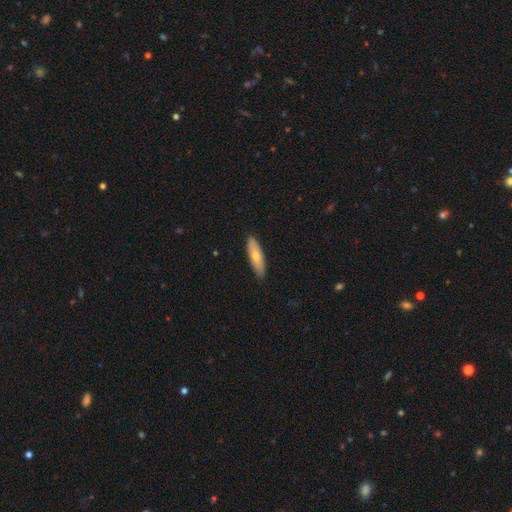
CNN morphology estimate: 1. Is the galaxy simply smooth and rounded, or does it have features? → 66% smooth, 29% featured or disk, 6% star or artifact.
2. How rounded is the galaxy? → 49% in between, 48% cigar-shaped, 2% round.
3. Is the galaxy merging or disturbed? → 87% none, 10% minor disturbance, 2% major disturbance, 1% merger.